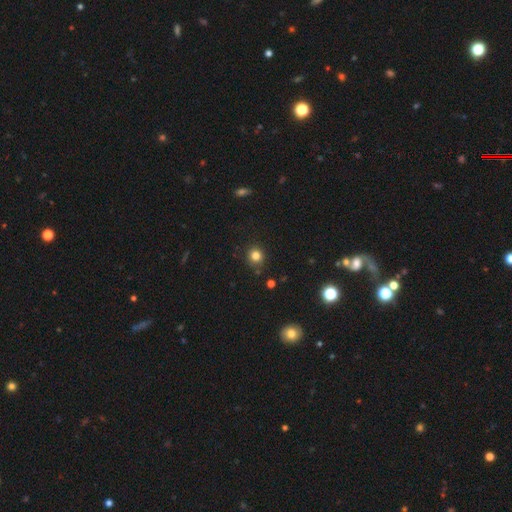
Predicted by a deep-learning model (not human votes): This appears to be a smooth galaxy with no disk features (81%) that is round (88%). Merging: none (86%).